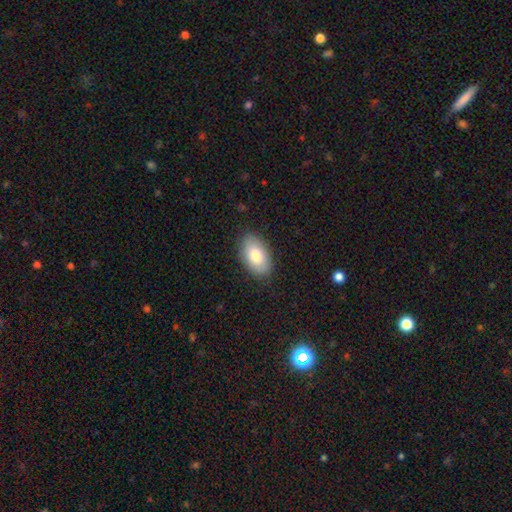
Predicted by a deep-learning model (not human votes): Overall: smooth (79%). How rounded: in between (94%). Merging: none (83%).